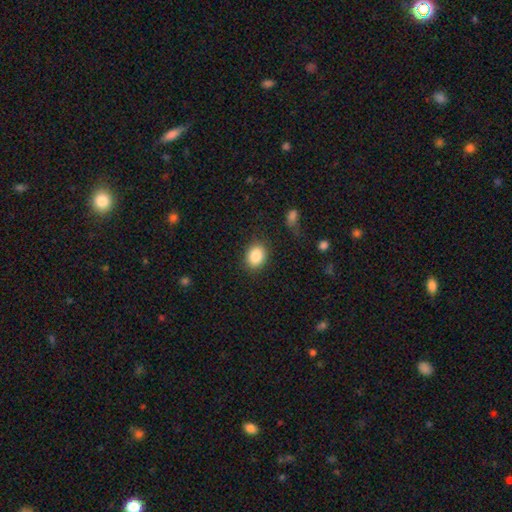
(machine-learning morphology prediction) Smooth or featured?
  - smooth: 86% *
  - star or artifact: 8%
  - featured or disk: 5%
How rounded?
  - in between: 58% *
  - round: 42%
  - cigar-shaped: 1%
Merging?
  - none: 84% *
  - minor disturbance: 11%
  - major disturbance: 4%
  - merger: 2%